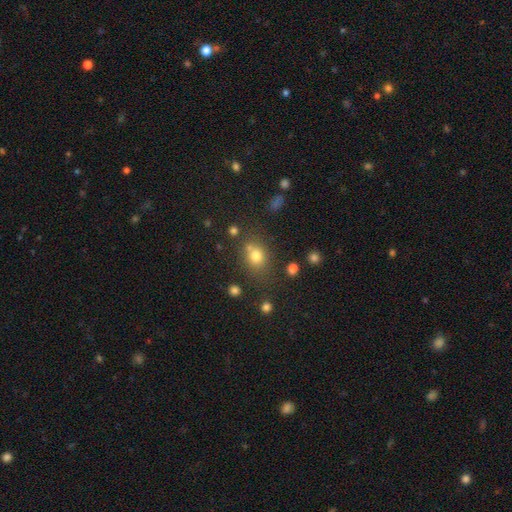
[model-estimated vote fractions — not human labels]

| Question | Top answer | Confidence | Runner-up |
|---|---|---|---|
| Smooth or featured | smooth | 74% | star or artifact (16%) |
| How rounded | round | 59% | in between (39%) |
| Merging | none | 63% | merger (16%) |